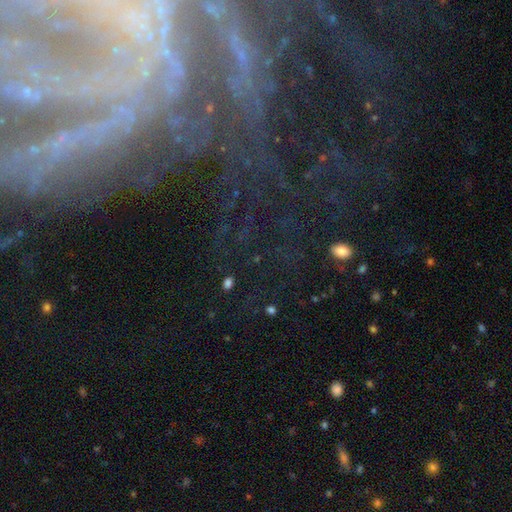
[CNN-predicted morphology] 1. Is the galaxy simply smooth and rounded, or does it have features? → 69% featured or disk, 19% star or artifact, 12% smooth.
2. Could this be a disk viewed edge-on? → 93% no, 7% yes.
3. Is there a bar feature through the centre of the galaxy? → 38% no, 32% strong, 31% weak.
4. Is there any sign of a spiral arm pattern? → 90% yes, 10% no.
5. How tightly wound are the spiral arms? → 62% tight, 27% medium, 11% loose.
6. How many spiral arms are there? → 23% can't tell, 20% 2, 17% 3, 14% 4, 13% more than 4, 13% 1.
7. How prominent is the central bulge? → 67% small, 18% moderate, 8% none, 4% large, 3% dominant.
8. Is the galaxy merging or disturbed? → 66% none, 15% major disturbance, 14% minor disturbance, 5% merger.